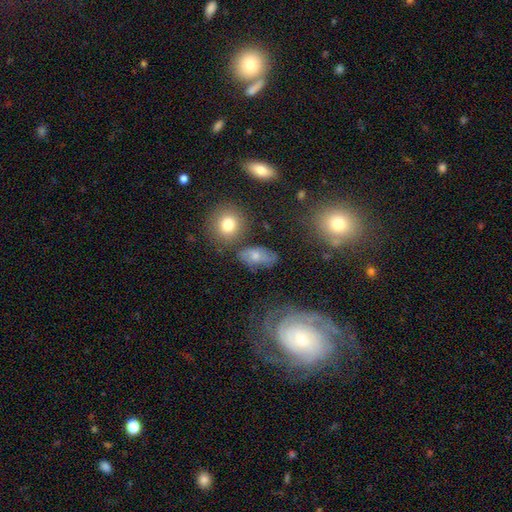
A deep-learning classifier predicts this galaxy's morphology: smooth_or_featured: smooth (p=0.52) [alt: featured or disk p=0.33]
how_rounded: in between (p=0.80) [alt: round p=0.16]
merging: none (p=0.61) [alt: minor disturbance p=0.22]